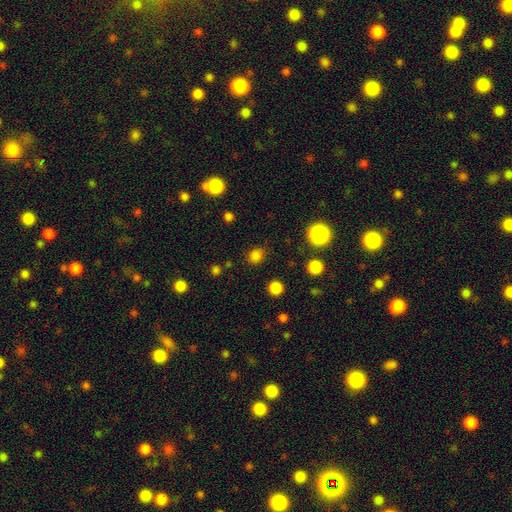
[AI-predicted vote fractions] Morphology: type=smooth (79%); roundness=round (79%); merging=none (83%).